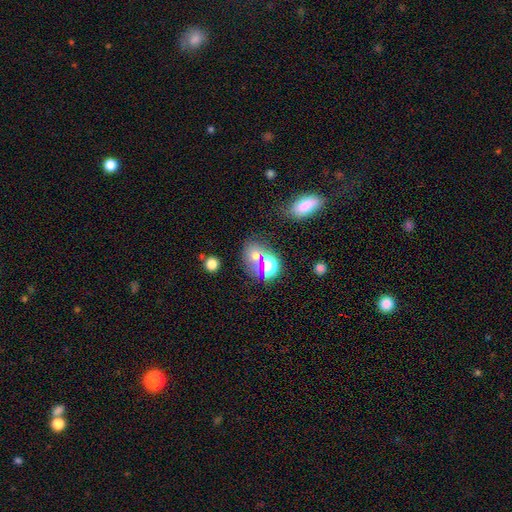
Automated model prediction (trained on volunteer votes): Smooth or featured?
  - smooth: 56% *
  - star or artifact: 32%
  - featured or disk: 12%
How rounded?
  - round: 53% *
  - in between: 45%
  - cigar-shaped: 2%
Merging?
  - none: 57% *
  - merger: 25%
  - minor disturbance: 11%
  - major disturbance: 6%